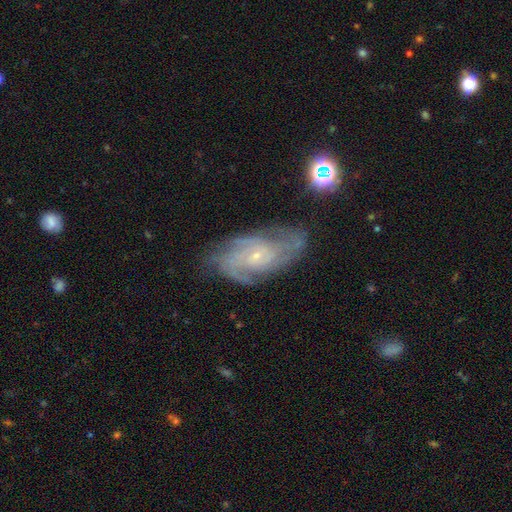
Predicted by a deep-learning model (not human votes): This appears to be a featured or disk galaxy (83%) with no bar (68%), tight (50%) spiral arms (95%) and a small central bulge (80%). Merging: none (69%).